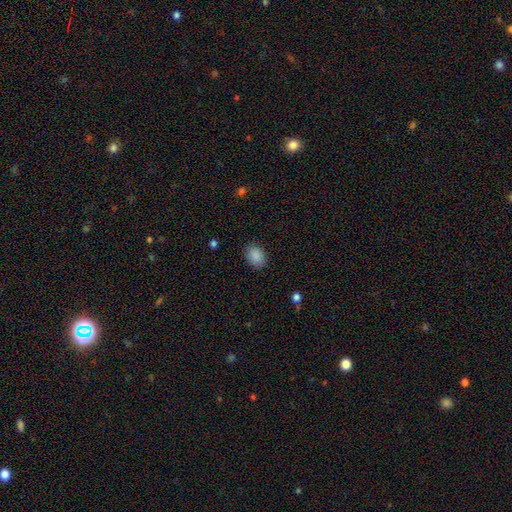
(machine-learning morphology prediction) smooth-or-featured: smooth: 89% | star or artifact: 8% | featured or disk: 3%
  how-rounded: in between: 72% | round: 27% | cigar-shaped: 1%
  merging: none: 87% | minor disturbance: 10% | major disturbance: 3% | merger: 1%